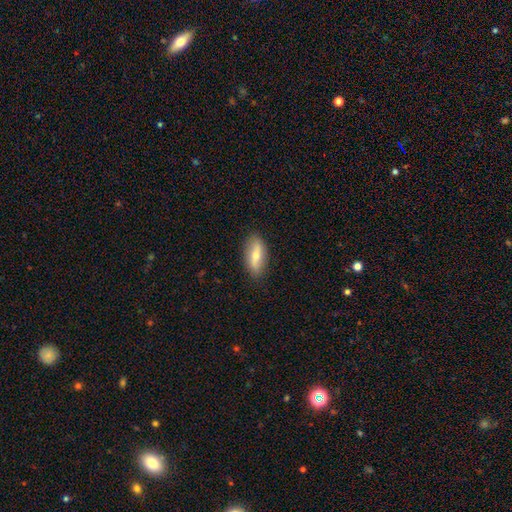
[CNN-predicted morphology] A smooth galaxy with no disk features (59%) that is in between round and cigar-shaped (76%).

Vote fractions:
- Smooth or featured? smooth: 59% / featured or disk: 35% / star or artifact: 6%
- How rounded? in between: 76% / cigar-shaped: 21% / round: 4%
- Merging? none: 85% / minor disturbance: 11% / major disturbance: 2% / merger: 1%